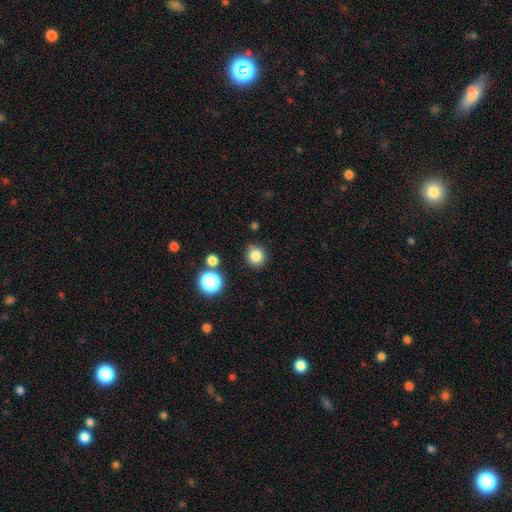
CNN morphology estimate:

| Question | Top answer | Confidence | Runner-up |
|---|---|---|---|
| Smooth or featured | smooth | 82% | star or artifact (13%) |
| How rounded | round | 90% | in between (9%) |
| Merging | none | 83% | minor disturbance (10%) |